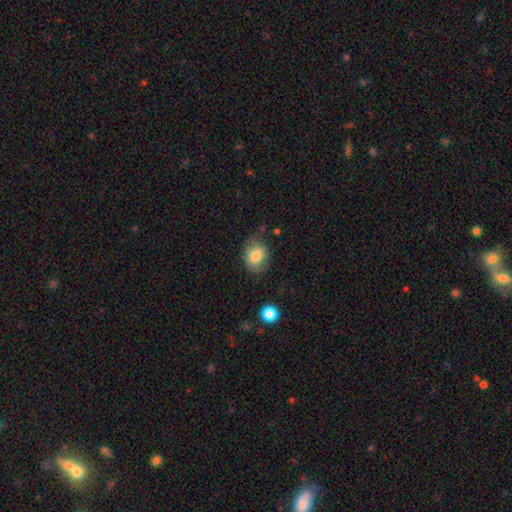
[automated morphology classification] smooth-or-featured: smooth: 78% | featured or disk: 13% | star or artifact: 9%
  how-rounded: in between: 56% | round: 43% | cigar-shaped: 1%
  merging: none: 61% | minor disturbance: 27% | major disturbance: 9% | merger: 3%